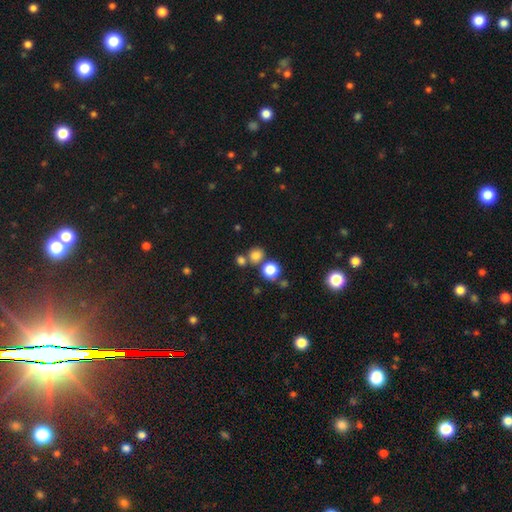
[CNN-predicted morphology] Q: Smooth or featured?
A: smooth (78%); runner-up: star or artifact (16%)
Q: How rounded?
A: round (80%); runner-up: in between (19%)
Q: Merging?
A: none (63%); runner-up: merger (24%)